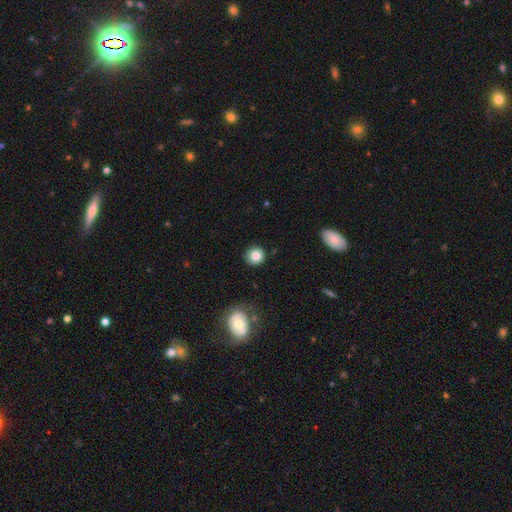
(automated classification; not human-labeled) Smooth or featured: smooth — 82% (star or artifact — 10%)
How rounded: round — 92% (in between — 7%)
Merging: none — 89% (minor disturbance — 8%)